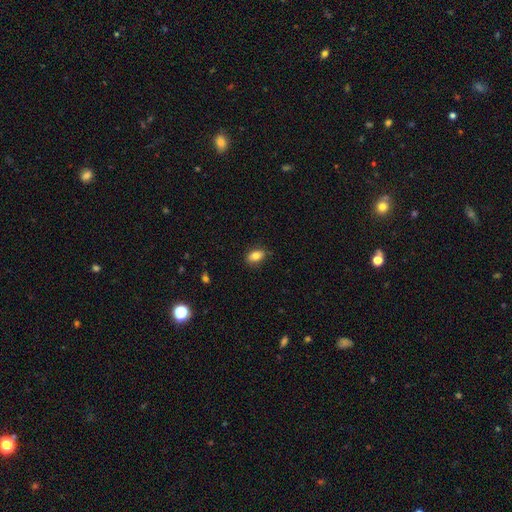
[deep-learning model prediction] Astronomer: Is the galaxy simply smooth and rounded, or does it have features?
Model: smooth — 82%.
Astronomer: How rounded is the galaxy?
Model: in between — 86%.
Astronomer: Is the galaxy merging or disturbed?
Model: none — 83%.